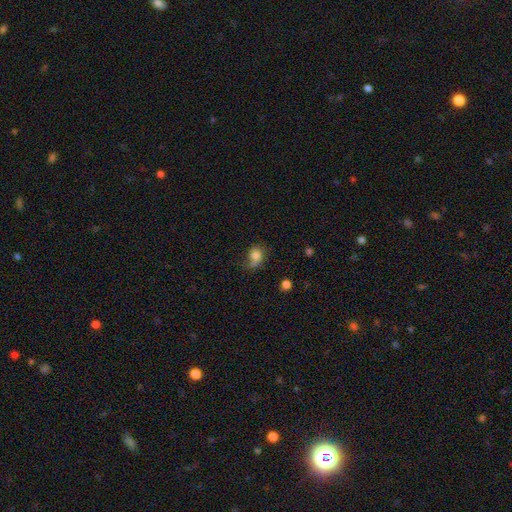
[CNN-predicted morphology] This is likely a smooth galaxy (75%). How rounded: possibly in between (50%). Merging: marginally none (38%).